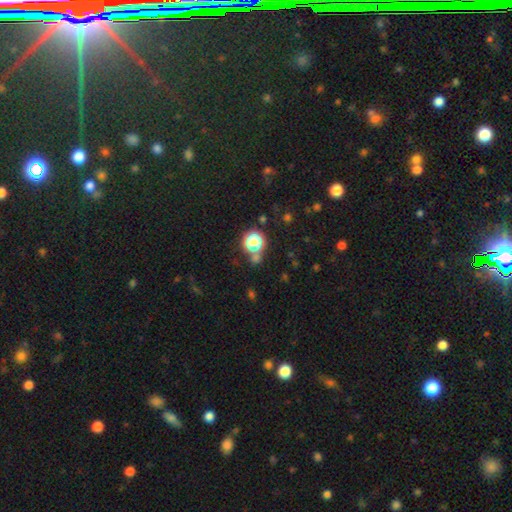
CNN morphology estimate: Q: Smooth or featured?
A: smooth (48%); runner-up: star or artifact (46%)
Q: Merging?
A: none (73%); runner-up: merger (13%)